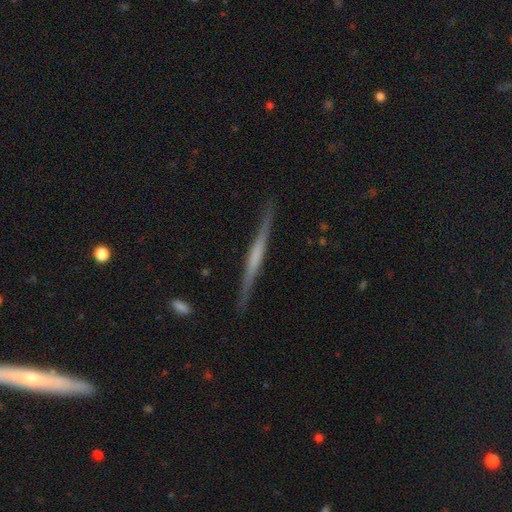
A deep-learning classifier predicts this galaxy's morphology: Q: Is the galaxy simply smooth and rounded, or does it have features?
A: featured or disk — 68%.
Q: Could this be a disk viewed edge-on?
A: yes — 97%.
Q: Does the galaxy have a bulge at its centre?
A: none — 56%.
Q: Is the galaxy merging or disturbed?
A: none — 88%.